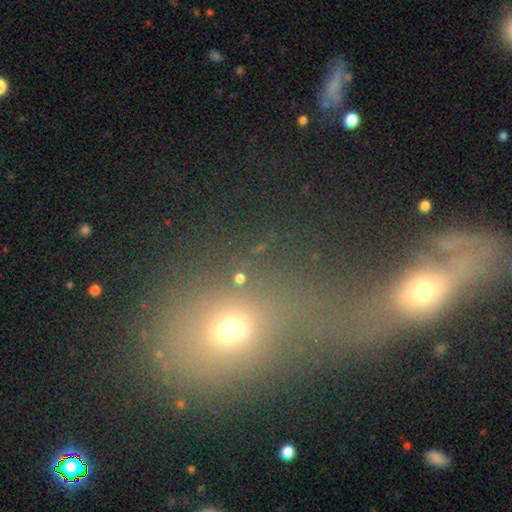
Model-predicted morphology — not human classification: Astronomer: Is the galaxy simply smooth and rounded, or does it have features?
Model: smooth — 56%.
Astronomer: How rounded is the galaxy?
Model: round — 62%.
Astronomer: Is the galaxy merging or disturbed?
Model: merger — 69%.